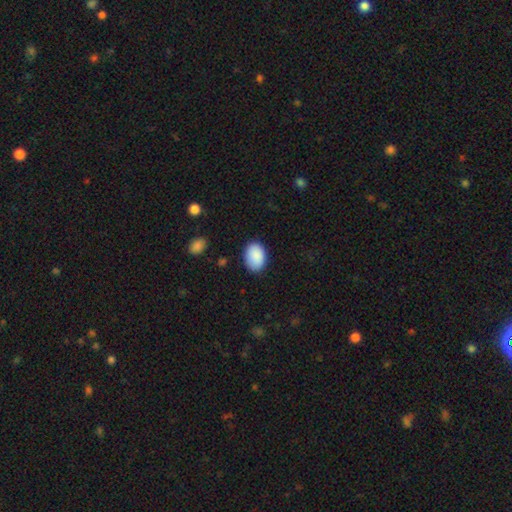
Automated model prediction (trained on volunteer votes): smooth_or_featured: smooth (p=0.90) [alt: star or artifact p=0.06]
how_rounded: in between (p=0.83) [alt: round p=0.16]
merging: none (p=0.85) [alt: minor disturbance p=0.12]